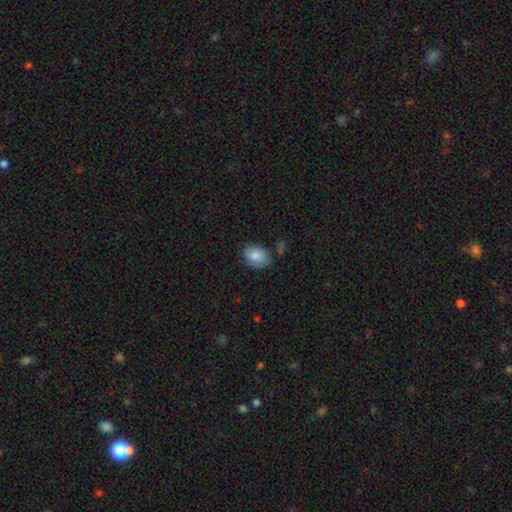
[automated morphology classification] smooth_or_featured: smooth (p=0.83) [alt: featured or disk p=0.10]
how_rounded: in between (p=0.77) [alt: round p=0.22]
merging: none (p=0.73) [alt: minor disturbance p=0.19]